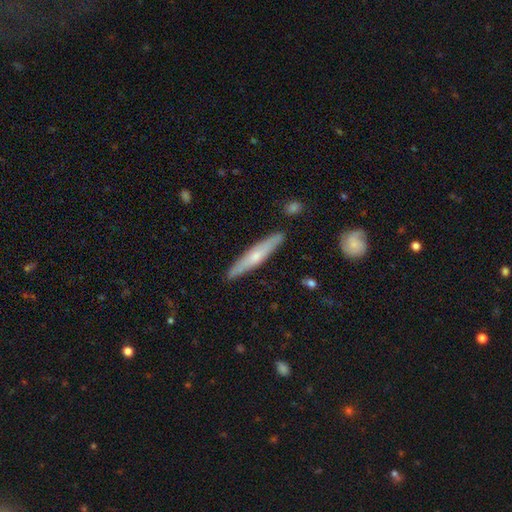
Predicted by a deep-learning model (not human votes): This appears to be a featured or disk galaxy (48%). Merging: none (88%).